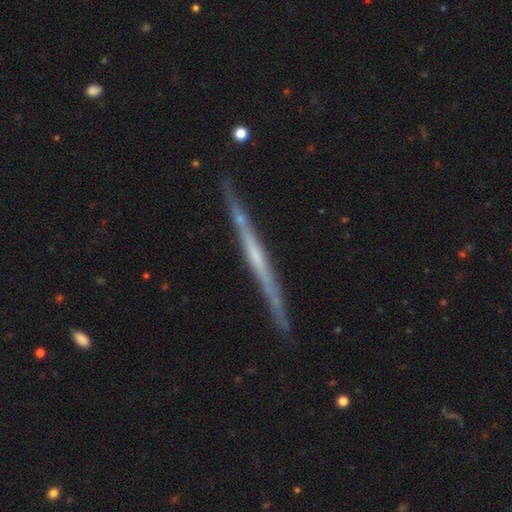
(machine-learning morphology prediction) Smooth or featured? featured or disk (73%)
Edge-on disk? yes (97%)
Edge-on bulge? none (76%)
Merging? none (86%)